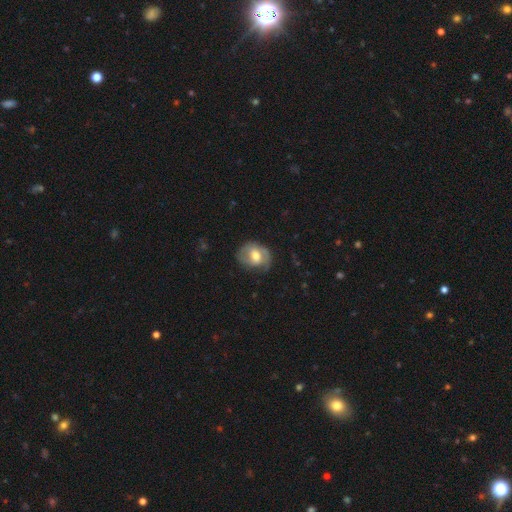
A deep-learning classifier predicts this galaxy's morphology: featured or disk 54%, smooth 39%, star or artifact 7%. Down the decision tree: edge-on disk — no (96%); bar — no (48%); spiral arms — yes (73%); bulge size — moderate (64%); merging — none (59%).